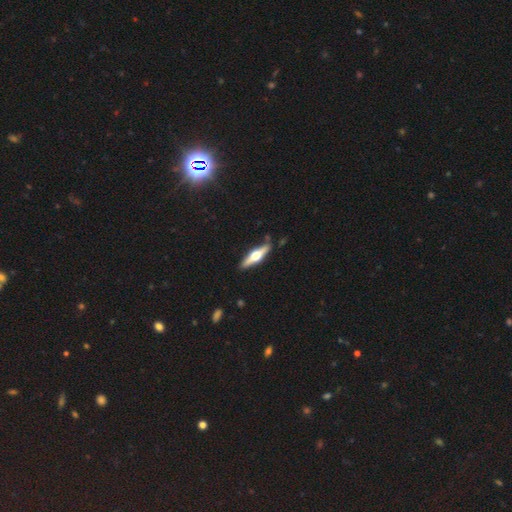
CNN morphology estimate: Smooth or featured: featured or disk — 67% (smooth — 28%)
Edge-on disk: yes — 96% (no — 4%)
Edge-on bulge: rounded — 95% (boxy — 3%)
Merging: none — 86% (minor disturbance — 10%)